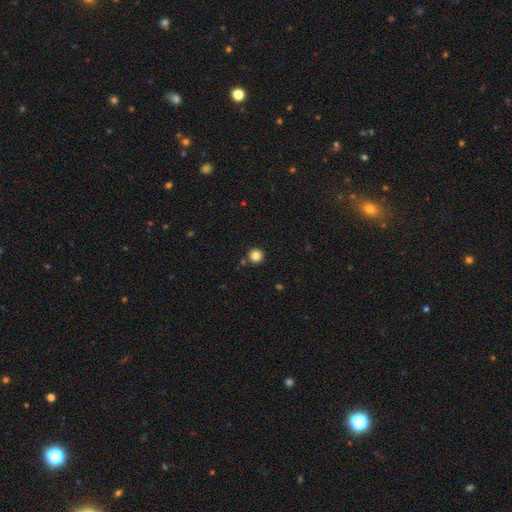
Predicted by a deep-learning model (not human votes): Smooth or featured? Predicted: smooth (p=0.84). How rounded? Predicted: round (p=0.96). Merging? Predicted: none (p=0.89).